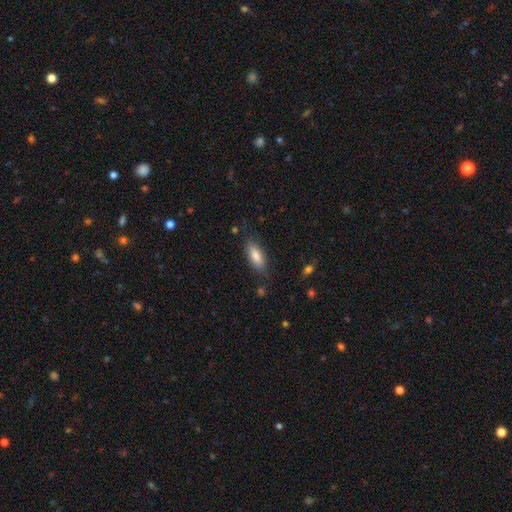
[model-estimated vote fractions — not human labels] Smooth or featured? smooth (82%)
How rounded? in between (73%)
Merging? none (78%)